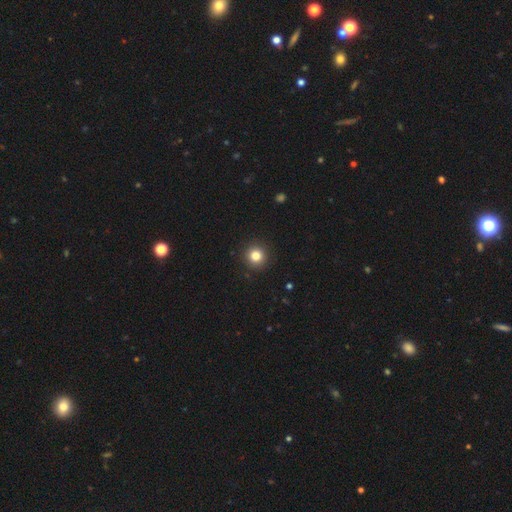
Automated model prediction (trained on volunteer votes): Smooth or featured: smooth — 82% (star or artifact — 12%)
How rounded: round — 95% (in between — 4%)
Merging: none — 93% (minor disturbance — 5%)